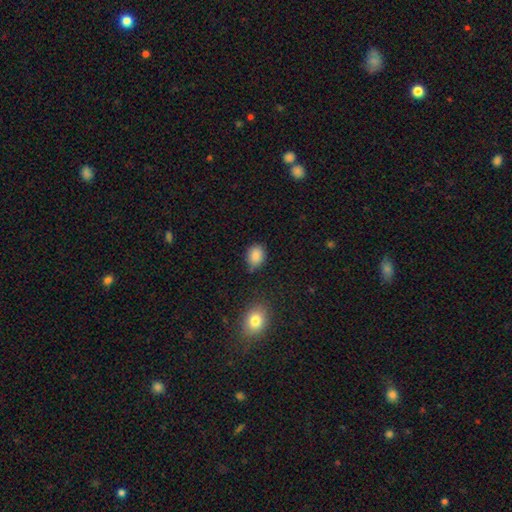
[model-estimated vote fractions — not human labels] Q: Smooth or featured?
A: smooth (86%); runner-up: star or artifact (10%)
Q: How rounded?
A: in between (52%); runner-up: round (47%)
Q: Merging?
A: none (75%); runner-up: minor disturbance (19%)